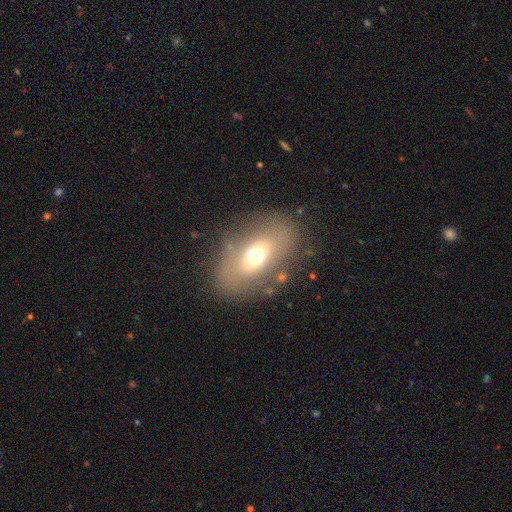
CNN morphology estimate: Smooth or featured?
  - smooth: 54% *
  - featured or disk: 33%
  - star or artifact: 12%
How rounded?
  - in between: 81% *
  - round: 15%
  - cigar-shaped: 4%
Merging?
  - none: 77% *
  - minor disturbance: 13%
  - major disturbance: 8%
  - merger: 2%